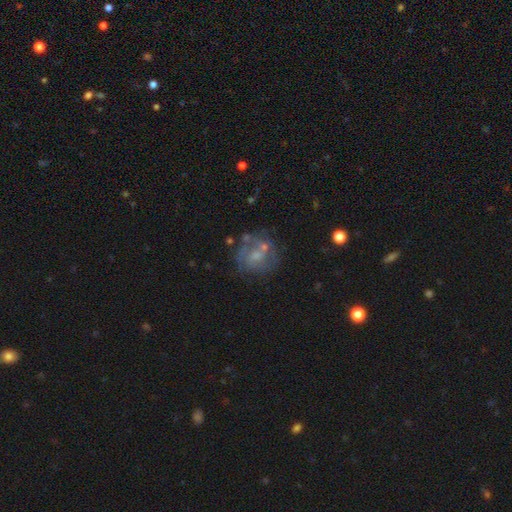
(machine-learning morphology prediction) Smooth or featured: featured or disk — 59% (smooth — 26%)
Edge-on disk: no — 97% (yes — 3%)
Bar: no — 61% (weak — 32%)
Spiral arms: yes — 56% (no — 44%)
Bulge size: small — 49% (moderate — 28%)
Merging: none — 58% (minor disturbance — 17%)